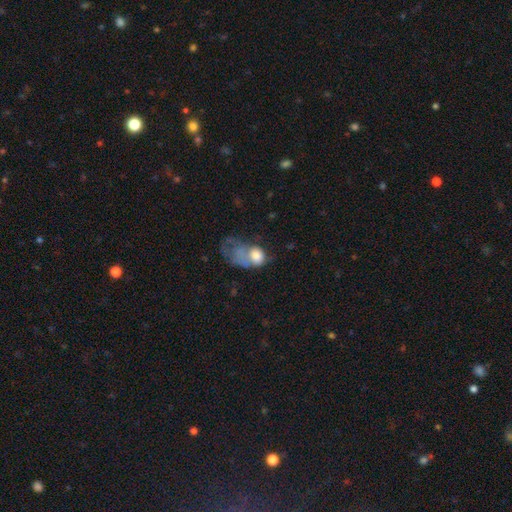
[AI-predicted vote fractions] This appears to be a smooth galaxy with no disk features (64%) that is in between round and cigar-shaped (70%). Merging: major disturbance (60%).